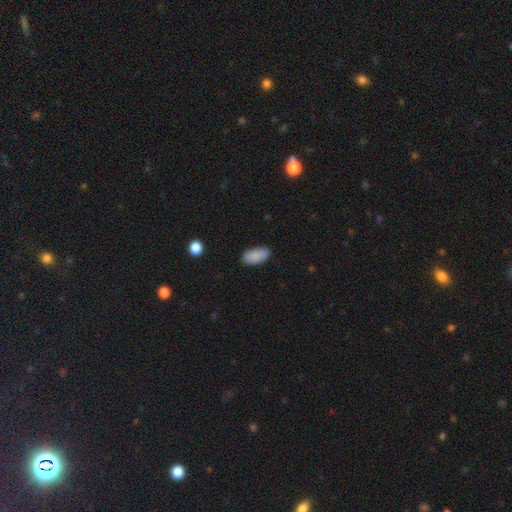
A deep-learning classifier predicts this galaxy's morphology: Smooth or featured? smooth (87%)
How rounded? in between (93%)
Merging? none (86%)